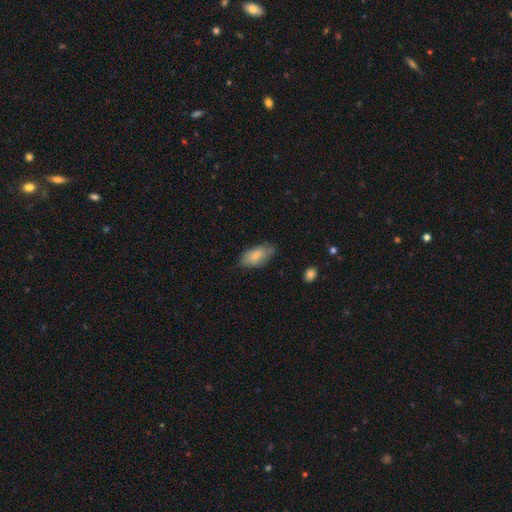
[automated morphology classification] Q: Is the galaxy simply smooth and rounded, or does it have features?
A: smooth — 77%.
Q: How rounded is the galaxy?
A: in between — 92%.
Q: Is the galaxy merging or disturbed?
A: none — 65%.